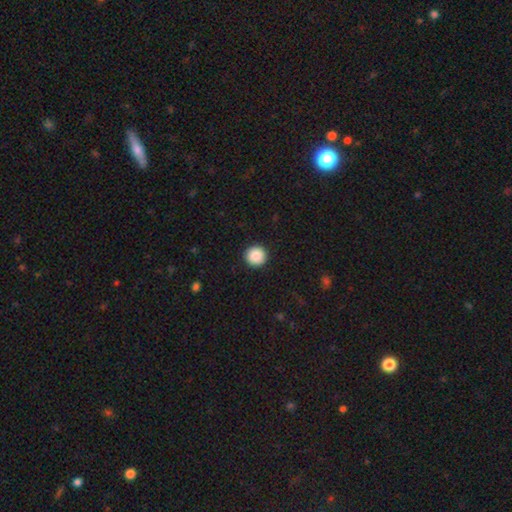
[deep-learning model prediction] A smooth galaxy with no disk features (88%) that is round (96%).

Vote fractions:
- Smooth or featured? smooth: 88% / star or artifact: 8% / featured or disk: 4%
- How rounded? round: 96% / in between: 3% / cigar-shaped: 1%
- Merging? none: 93% / minor disturbance: 4% / major disturbance: 2% / merger: 1%